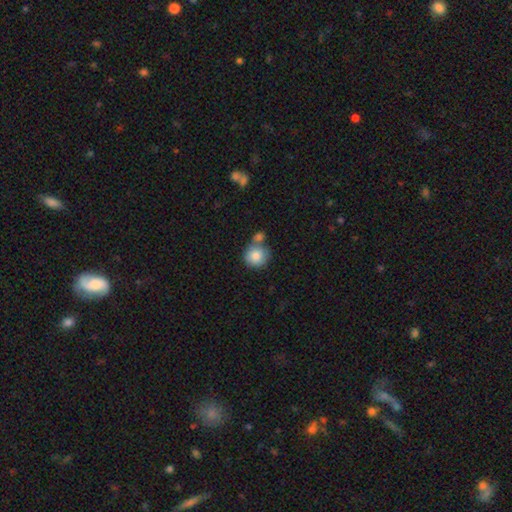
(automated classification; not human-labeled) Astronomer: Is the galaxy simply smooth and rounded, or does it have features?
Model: smooth — 83%.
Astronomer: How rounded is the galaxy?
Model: round — 88%.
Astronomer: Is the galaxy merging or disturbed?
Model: none — 51% (runner-up: merger, 33%).